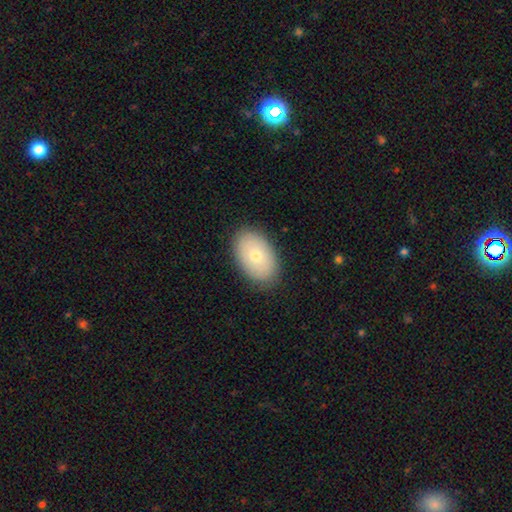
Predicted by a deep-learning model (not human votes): This is likely a smooth galaxy (71%). How rounded: clearly in between (90%). Merging: clearly none (87%).